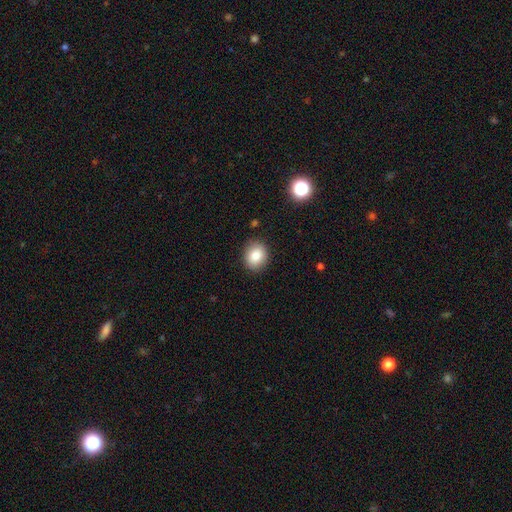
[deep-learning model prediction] Smooth or featured? Predicted: smooth (p=0.84). How rounded? Predicted: round (p=0.61). Merging? Predicted: none (p=0.88).